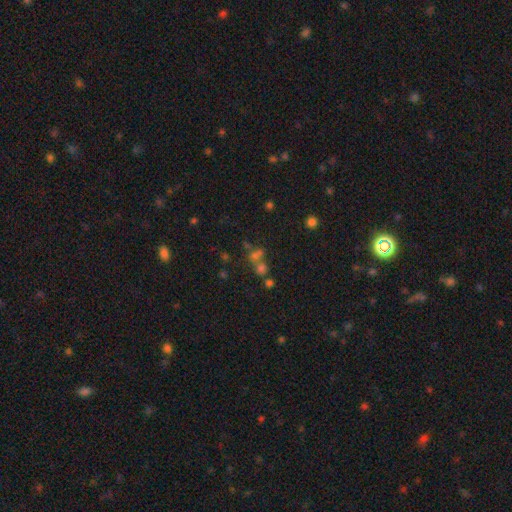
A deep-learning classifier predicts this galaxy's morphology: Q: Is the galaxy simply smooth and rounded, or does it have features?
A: smooth — 48%.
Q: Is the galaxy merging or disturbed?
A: none — 42%, tied with merger.